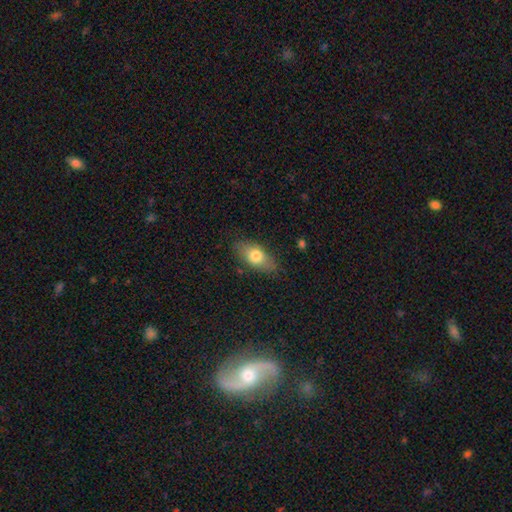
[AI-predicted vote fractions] This is likely a smooth galaxy (74%). How rounded: clearly in between (84%). Merging: likely none (80%).